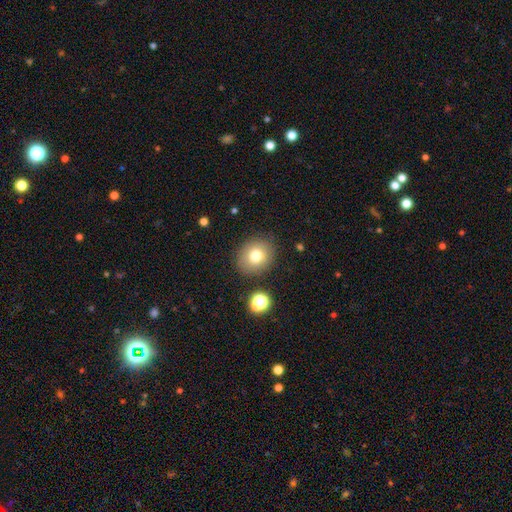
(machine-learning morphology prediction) smooth_or_featured: smooth (p=0.75) [alt: featured or disk p=0.13]
how_rounded: round (p=0.70) [alt: in between p=0.29]
merging: none (p=0.84) [alt: minor disturbance p=0.10]